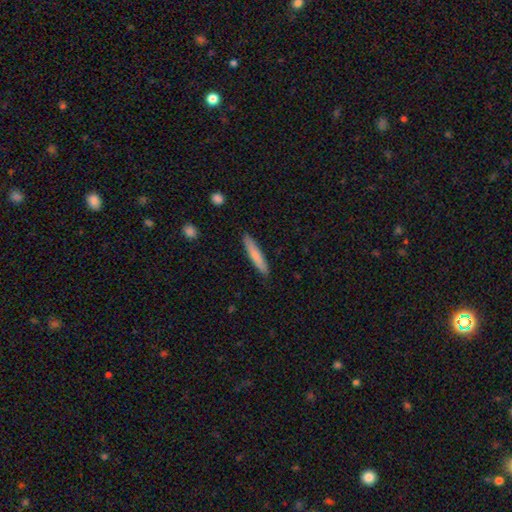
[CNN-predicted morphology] smooth 72%, featured or disk 22%, star or artifact 6%. Down the decision tree: how rounded — cigar-shaped (91%); merging — none (89%).